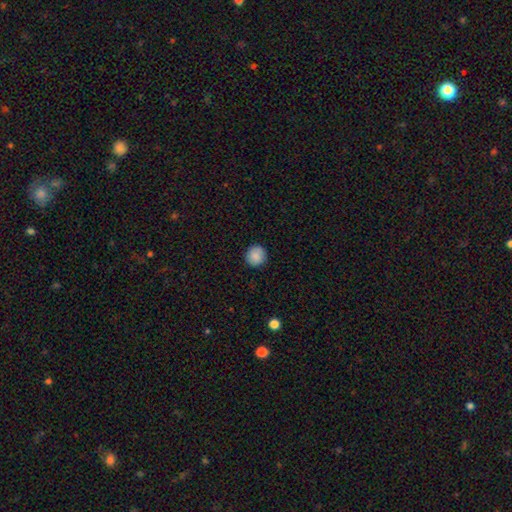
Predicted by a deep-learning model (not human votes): Smooth or featured? smooth (88%)
How rounded? round (92%)
Merging? none (90%)